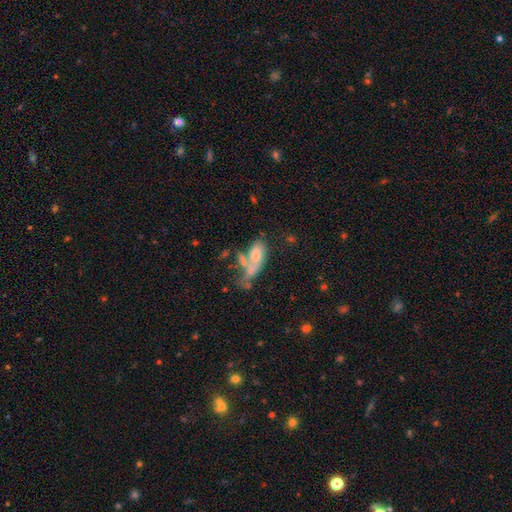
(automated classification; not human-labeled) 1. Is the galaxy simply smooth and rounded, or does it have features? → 63% smooth, 28% featured or disk, 9% star or artifact.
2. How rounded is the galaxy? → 84% in between, 11% cigar-shaped, 5% round.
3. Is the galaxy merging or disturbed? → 46% merger, 23% none, 17% major disturbance, 14% minor disturbance.